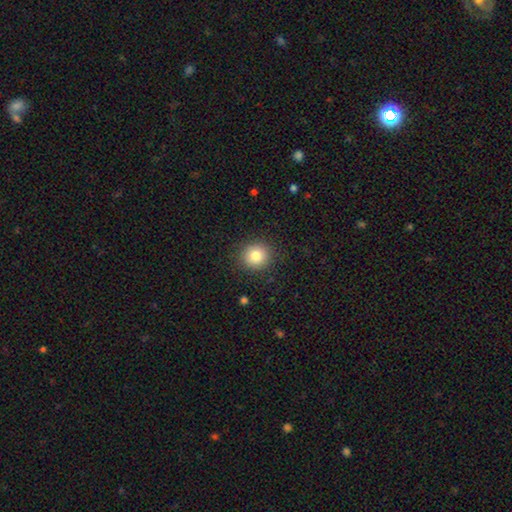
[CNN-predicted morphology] Smooth or featured? smooth (82%)
How rounded? round (88%)
Merging? none (90%)